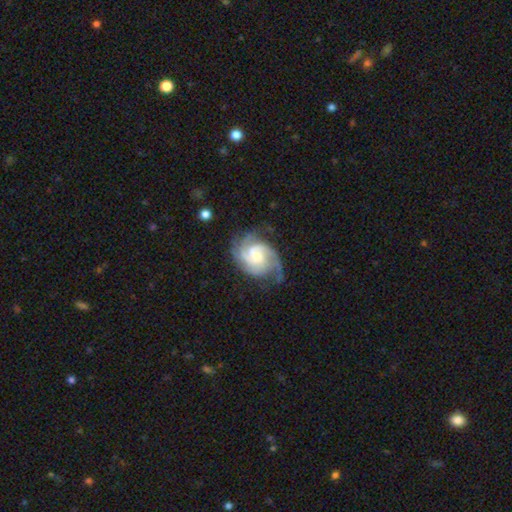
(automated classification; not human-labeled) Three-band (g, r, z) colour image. It shows a featured or disk galaxy (88%) with no bar (57%), 3 (36%) tight (51%) spiral arms (98%) and a small central bulge (42%, tied with moderate). Merging: none (67%).